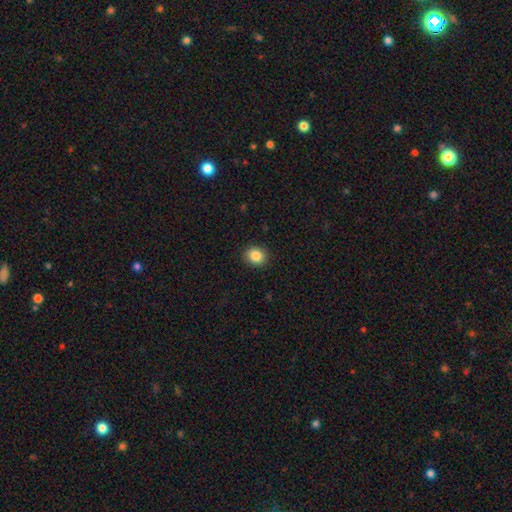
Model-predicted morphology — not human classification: A smooth galaxy with no disk features (86%) that is round (66%). Merging: none (90%).